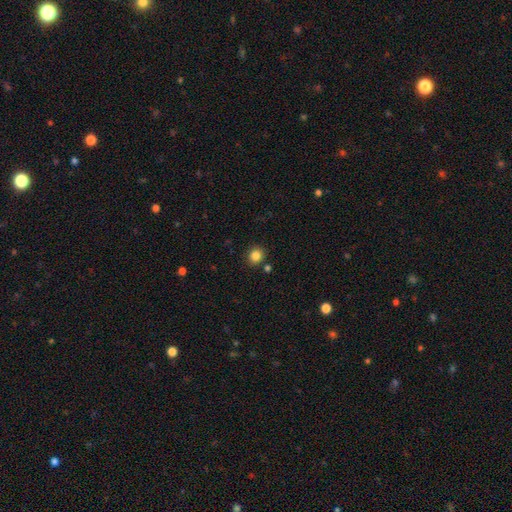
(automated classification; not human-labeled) Smooth or featured: smooth — 84% (star or artifact — 11%)
How rounded: round — 82% (in between — 17%)
Merging: none — 85% (minor disturbance — 8%)